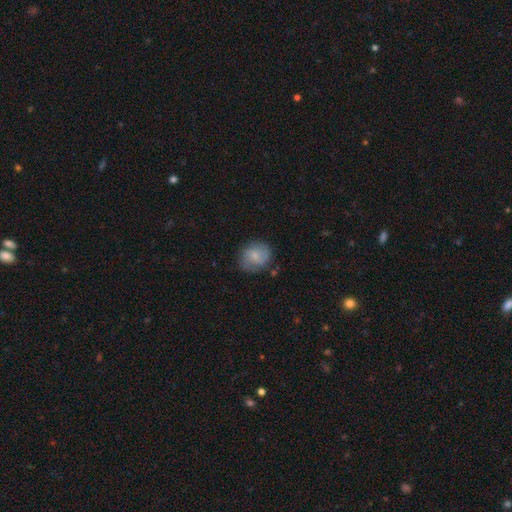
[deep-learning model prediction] A smooth galaxy with no disk features (54%) that is round (72%).

Vote fractions:
- Smooth or featured? smooth: 54% / featured or disk: 39% / star or artifact: 7%
- How rounded? round: 72% / in between: 27% / cigar-shaped: 1%
- Merging? none: 74% / minor disturbance: 18% / major disturbance: 6% / merger: 2%